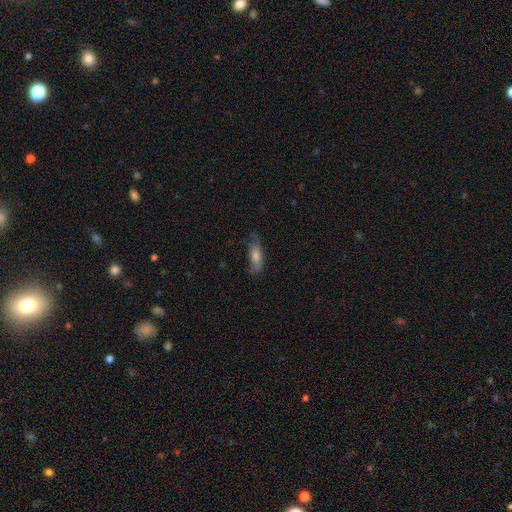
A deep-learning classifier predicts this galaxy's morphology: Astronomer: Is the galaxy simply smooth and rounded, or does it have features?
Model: smooth — 62%.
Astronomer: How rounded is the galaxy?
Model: in between — 53% (runner-up: cigar-shaped, 44%).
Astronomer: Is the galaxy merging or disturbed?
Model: none — 65%.